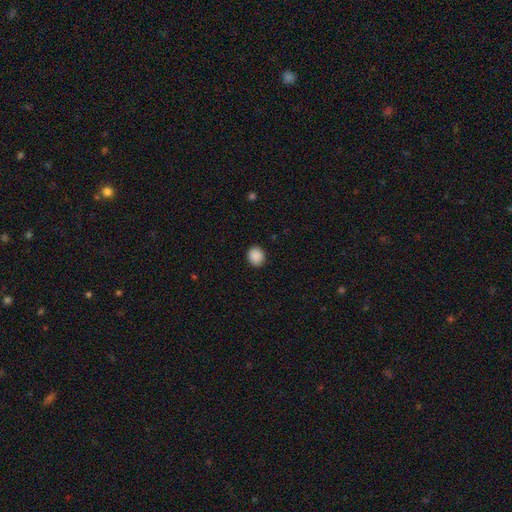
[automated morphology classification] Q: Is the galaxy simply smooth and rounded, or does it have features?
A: smooth — 89%.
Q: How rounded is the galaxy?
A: round — 78%.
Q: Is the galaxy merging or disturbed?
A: none — 90%.